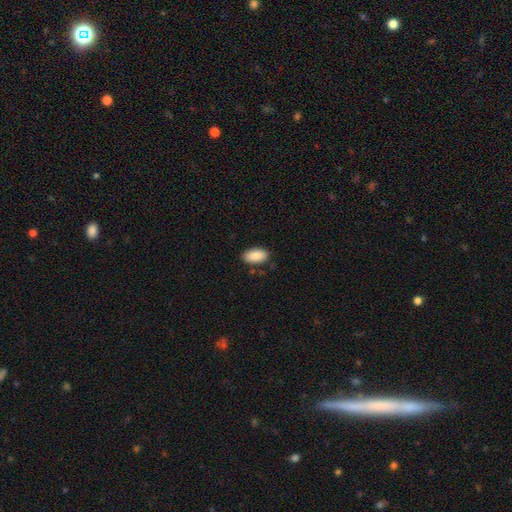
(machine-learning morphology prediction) Overall: smooth (89%). How rounded: in between (94%). Merging: none (85%).